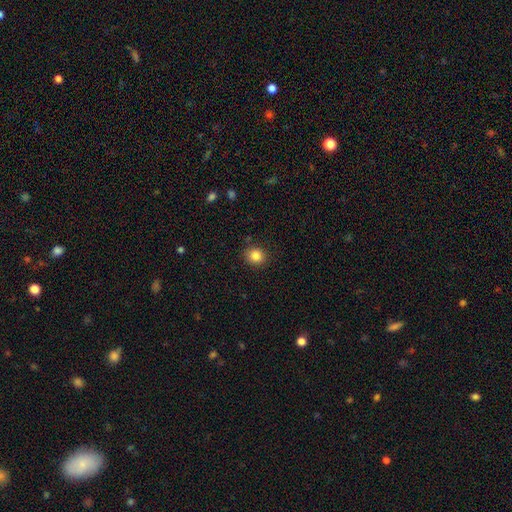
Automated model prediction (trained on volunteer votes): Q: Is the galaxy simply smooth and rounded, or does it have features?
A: smooth — 84%.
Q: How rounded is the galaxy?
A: round — 83%.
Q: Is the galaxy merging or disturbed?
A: none — 88%.